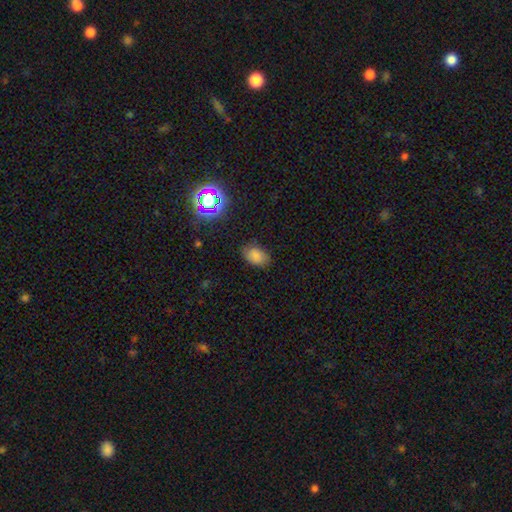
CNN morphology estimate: smooth-or-featured: smooth: 79% | star or artifact: 14% | featured or disk: 7%
  how-rounded: in between: 85% | round: 13% | cigar-shaped: 1%
  merging: none: 80% | minor disturbance: 15% | major disturbance: 4% | merger: 1%